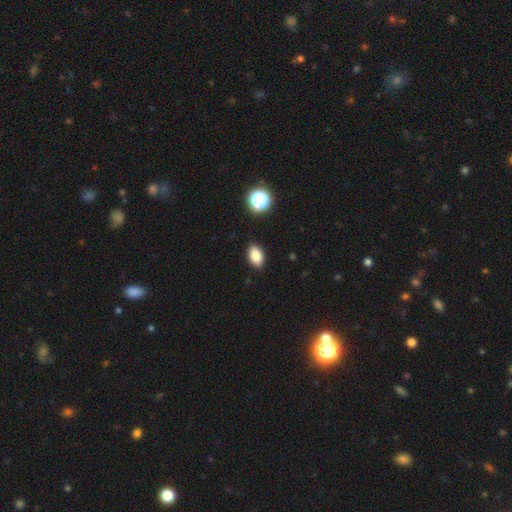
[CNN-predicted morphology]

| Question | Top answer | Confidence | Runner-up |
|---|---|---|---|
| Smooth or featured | smooth | 85% | star or artifact (10%) |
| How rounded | in between | 89% | round (10%) |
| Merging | none | 89% | minor disturbance (8%) |